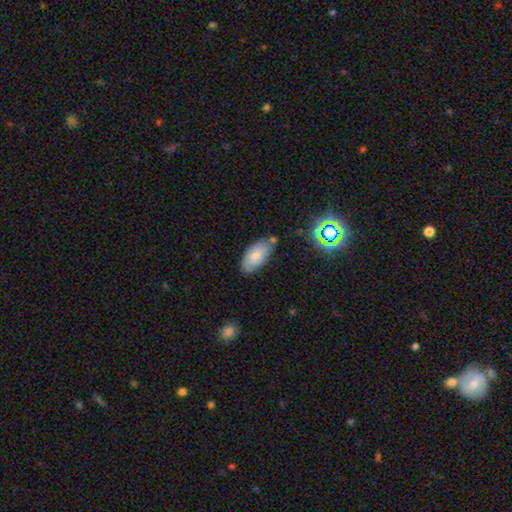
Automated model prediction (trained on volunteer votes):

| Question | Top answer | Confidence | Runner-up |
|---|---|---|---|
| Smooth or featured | smooth | 76% | featured or disk (15%) |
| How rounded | in between | 91% | cigar-shaped (6%) |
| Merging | none | 69% | minor disturbance (20%) |